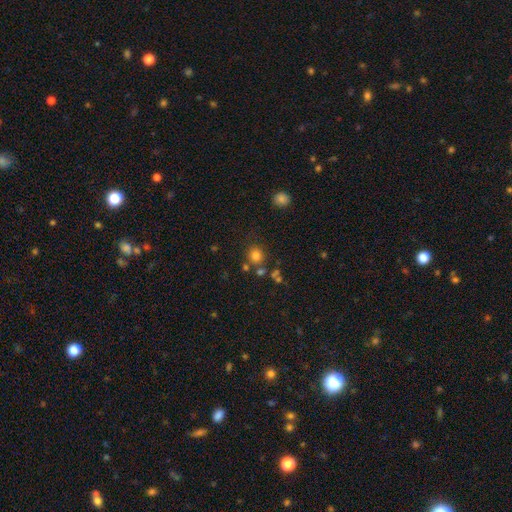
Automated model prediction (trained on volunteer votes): Morphology: type=smooth (78%); roundness=round (83%); merging=none (74%).